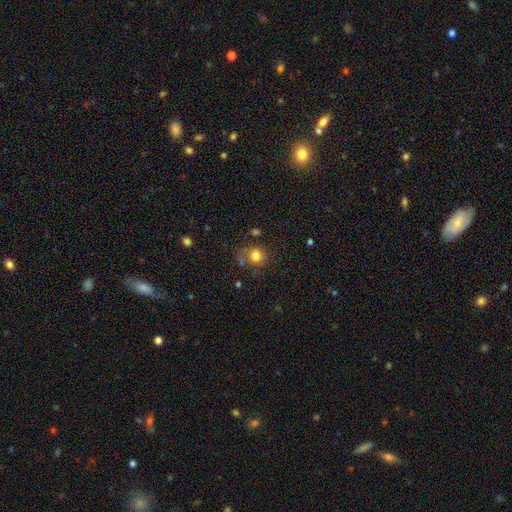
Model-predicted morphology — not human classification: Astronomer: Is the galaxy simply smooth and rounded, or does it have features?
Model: smooth — 78%.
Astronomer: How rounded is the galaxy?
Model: round — 80%.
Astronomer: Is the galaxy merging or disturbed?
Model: none — 62%.